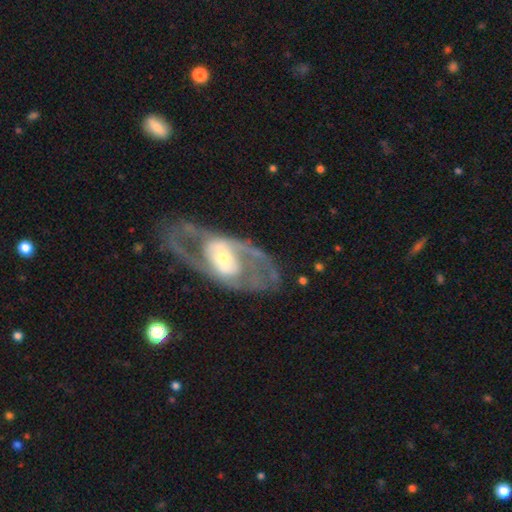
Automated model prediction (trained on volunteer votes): A featured or disk galaxy (84%) with a weak bar (40%), 2 (74%) medium (47%) spiral arms (80%) and a moderate central bulge (55%).

Vote fractions:
- Smooth or featured? featured or disk: 84% / smooth: 10% / star or artifact: 6%
- Edge-on disk? no: 91% / yes: 9%
- Bar? weak: 40% / no: 35% / strong: 25%
- Spiral arms? yes: 80% / no: 20%
- Spiral winding? medium: 47% / tight: 33% / loose: 20%
- Spiral arm count? 2: 74% / can't tell: 15% / 1: 4% / 3: 3% / 4: 2% / more than 4: 2%
- Bulge size? moderate: 55% / small: 31% / large: 11% / none: 2% / dominant: 1%
- Merging? none: 70% / minor disturbance: 15% / major disturbance: 13% / merger: 2%